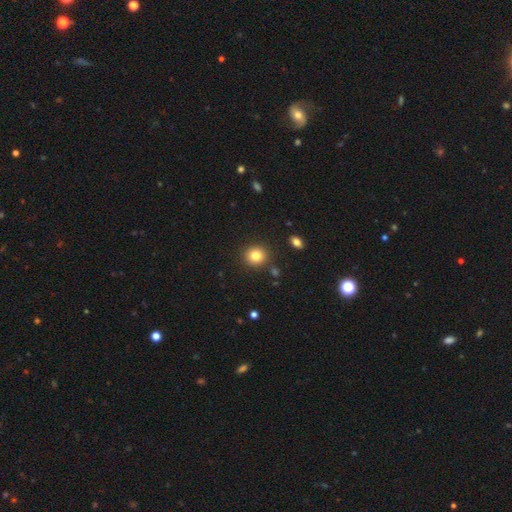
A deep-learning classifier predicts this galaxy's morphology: smooth-or-featured: smooth: 82% | star or artifact: 11% | featured or disk: 7%
  how-rounded: round: 88% | in between: 11% | cigar-shaped: 1%
  merging: none: 89% | minor disturbance: 6% | merger: 3% | major disturbance: 2%